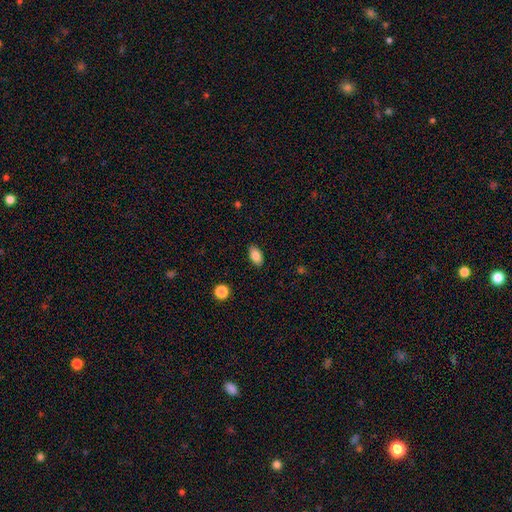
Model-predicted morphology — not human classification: Smooth or featured? smooth (85%)
How rounded? in between (92%)
Merging? none (88%)